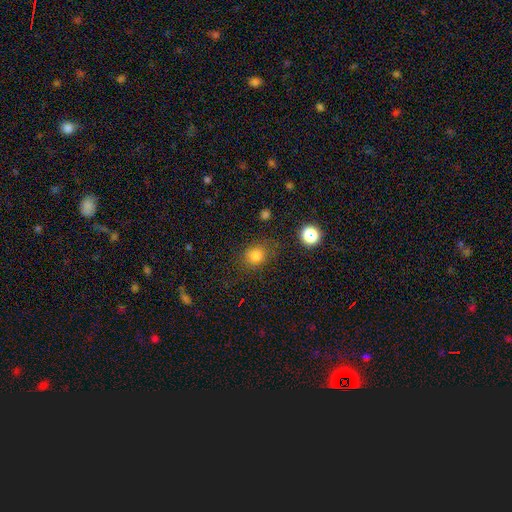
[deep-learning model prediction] smooth_or_featured: smooth (p=0.80) [alt: star or artifact p=0.14]
how_rounded: round (p=0.67) [alt: in between p=0.32]
merging: none (p=0.74) [alt: minor disturbance p=0.16]